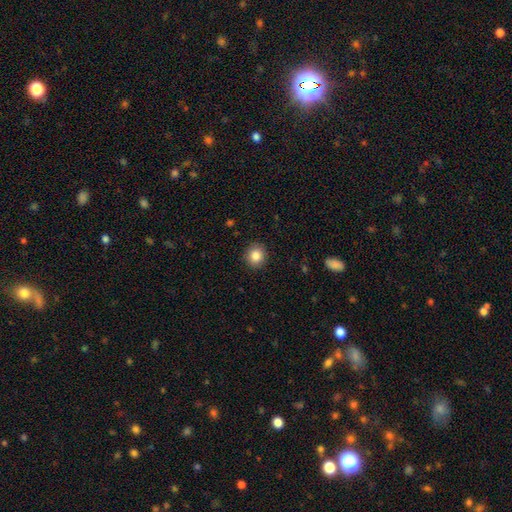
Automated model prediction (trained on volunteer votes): The model was most divided on "smooth or featured": smooth: 85%, star or artifact: 9%, featured or disk: 6%. More confident: merging — none (91%); how rounded — round (88%).